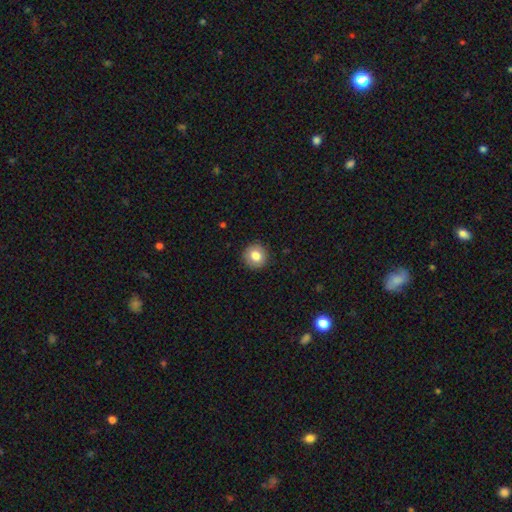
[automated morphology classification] This is clearly a smooth galaxy (81%). How rounded: clearly round (95%). Merging: clearly none (92%).